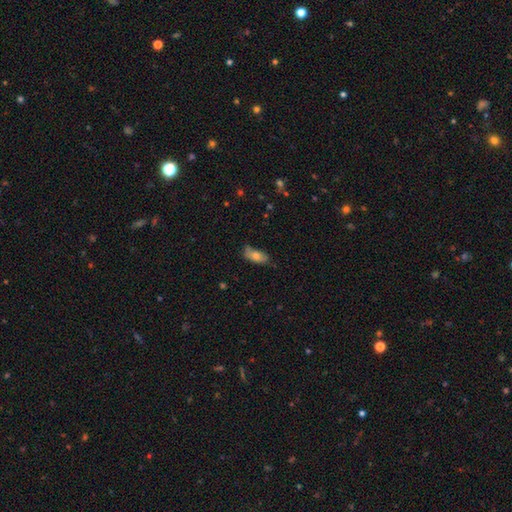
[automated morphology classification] A smooth galaxy with no disk features (71%) that is in between round and cigar-shaped (81%). Merging: none (63%).